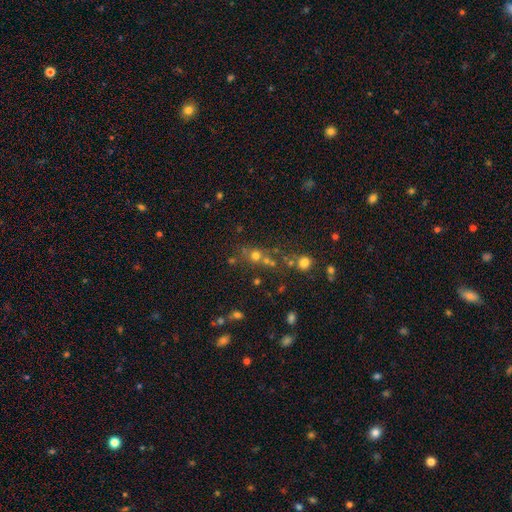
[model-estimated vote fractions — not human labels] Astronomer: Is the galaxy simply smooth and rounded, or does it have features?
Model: smooth — 60%.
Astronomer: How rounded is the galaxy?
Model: round — 84%.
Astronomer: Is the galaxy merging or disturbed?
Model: none — 57%.